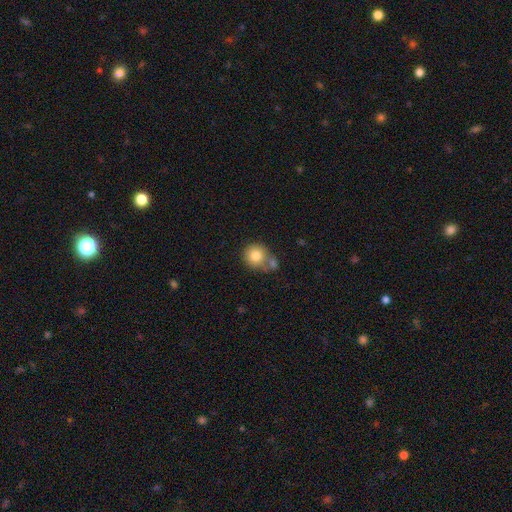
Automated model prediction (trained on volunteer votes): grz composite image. It shows a smooth galaxy with no disk features (80%) that is round (88%). Merging: none (49%).